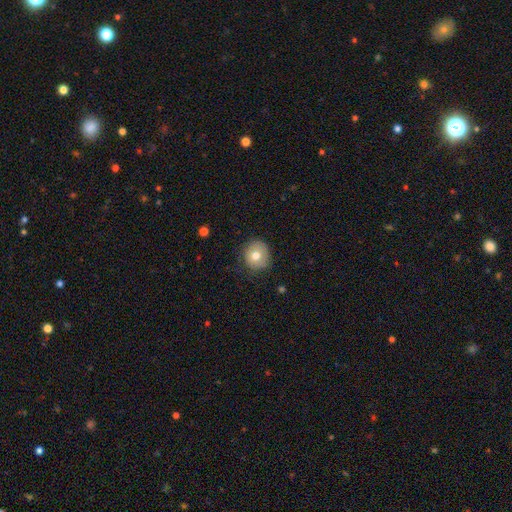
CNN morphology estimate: Q: Smooth or featured?
A: smooth (72%); runner-up: featured or disk (19%)
Q: How rounded?
A: round (88%); runner-up: in between (11%)
Q: Merging?
A: none (76%); runner-up: minor disturbance (18%)